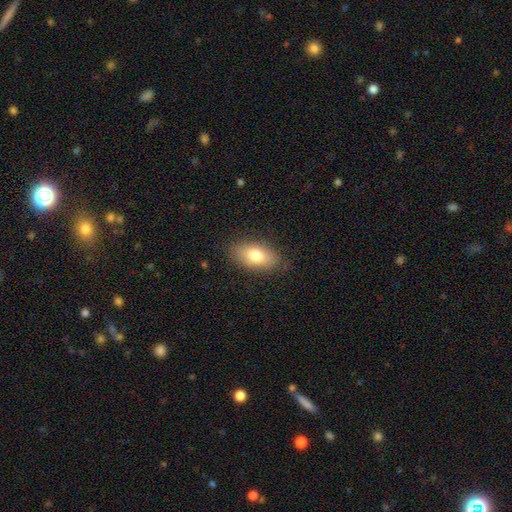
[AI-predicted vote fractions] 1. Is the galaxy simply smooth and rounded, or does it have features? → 77% smooth, 15% featured or disk, 7% star or artifact.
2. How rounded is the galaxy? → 90% in between, 5% round, 4% cigar-shaped.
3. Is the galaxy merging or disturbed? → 82% none, 13% minor disturbance, 4% major disturbance, 1% merger.